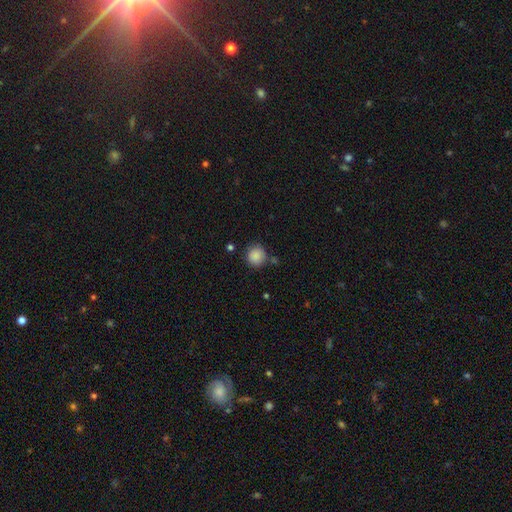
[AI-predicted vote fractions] Smooth or featured? smooth (87%)
How rounded? round (91%)
Merging? none (79%)